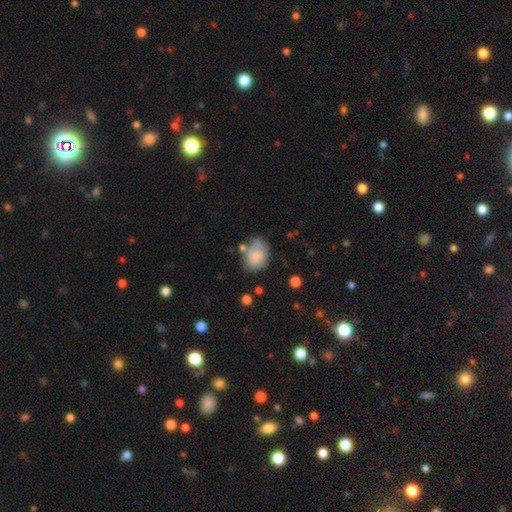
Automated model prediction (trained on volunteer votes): Smooth or featured? smooth (74%)
How rounded? in between (52%)
Merging? none (47%)